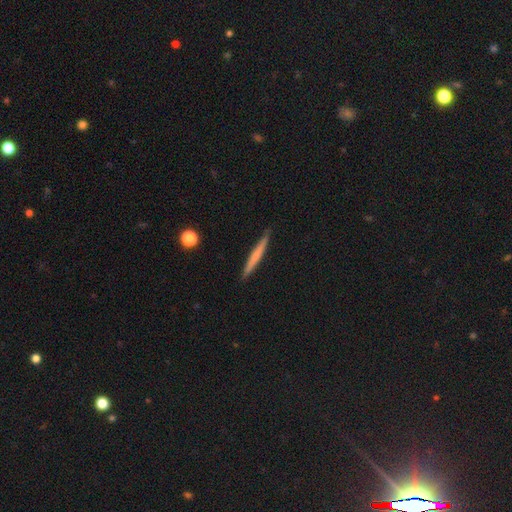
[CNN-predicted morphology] Smooth or featured? smooth (59%)
How rounded? cigar-shaped (96%)
Merging? none (90%)